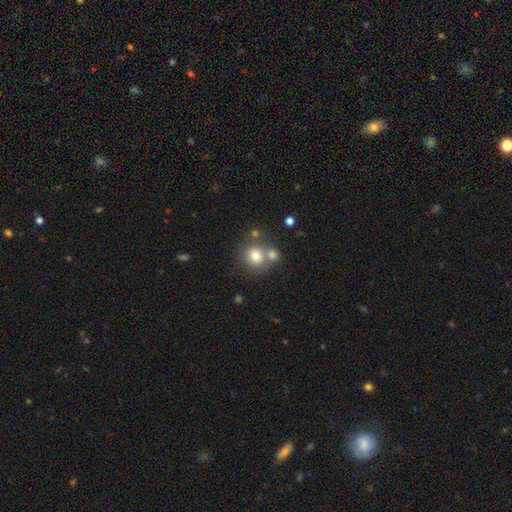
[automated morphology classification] type=smooth (76%); roundness=round (84%); merging=none (53%).